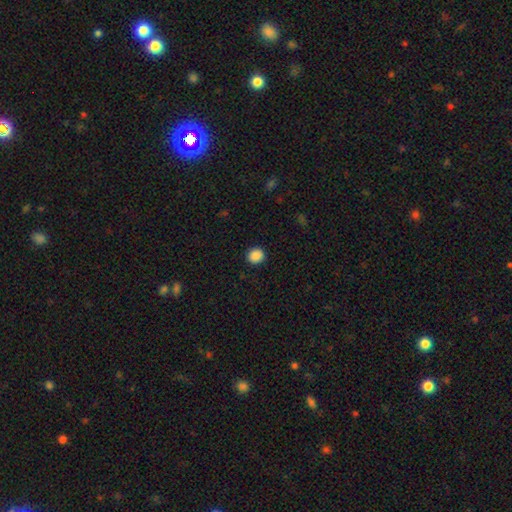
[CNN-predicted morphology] This appears to be a smooth galaxy with no disk features (88%) that is round (85%). Merging: none (92%).